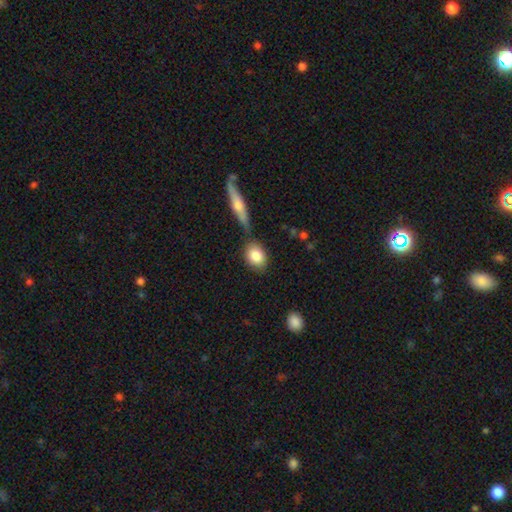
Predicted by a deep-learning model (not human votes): Smooth or featured? Predicted: smooth (p=0.84). How rounded? Predicted: in between (p=0.56). Merging? Predicted: none (p=0.69).